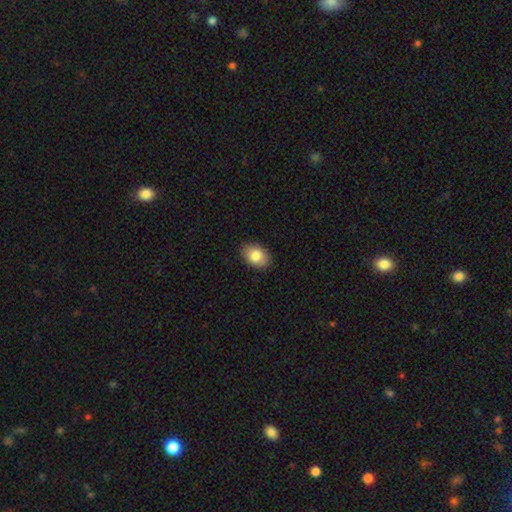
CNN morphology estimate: A smooth galaxy with no disk features (83%) that is in between round and cigar-shaped (81%).

Vote fractions:
- Smooth or featured? smooth: 83% / featured or disk: 9% / star or artifact: 8%
- How rounded? in between: 81% / round: 18% / cigar-shaped: 1%
- Merging? none: 88% / minor disturbance: 9% / major disturbance: 2% / merger: 1%